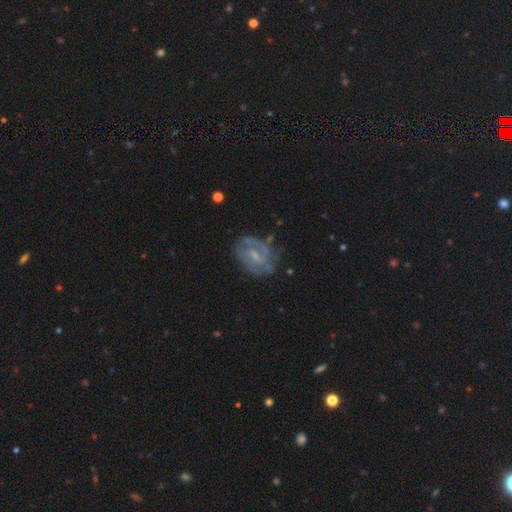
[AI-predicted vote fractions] Smooth or featured: featured or disk — 76% (smooth — 17%)
Edge-on disk: no — 97% (yes — 3%)
Bar: weak — 56% (no — 31%)
Spiral arms: yes — 84% (no — 16%)
Spiral winding: medium — 43% (tight — 40%)
Spiral arm count: 2 — 50% (can't tell — 28%)
Bulge size: small — 48% (moderate — 31%)
Merging: none — 64% (minor disturbance — 22%)